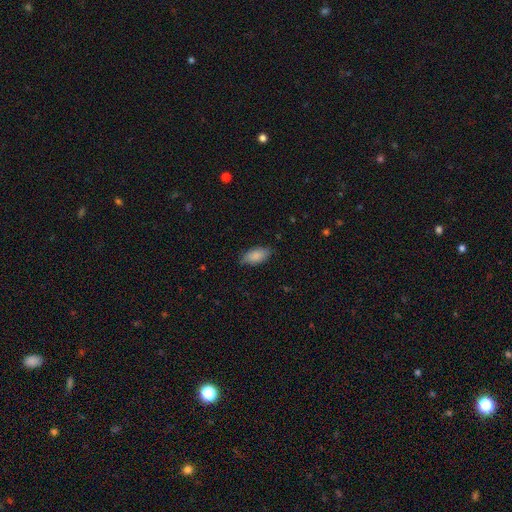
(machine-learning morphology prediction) The model was most divided on "merging": none: 79%, minor disturbance: 17%, major disturbance: 3%, merger: 1%. More confident: how rounded — in between (90%); smooth or featured — smooth (86%).